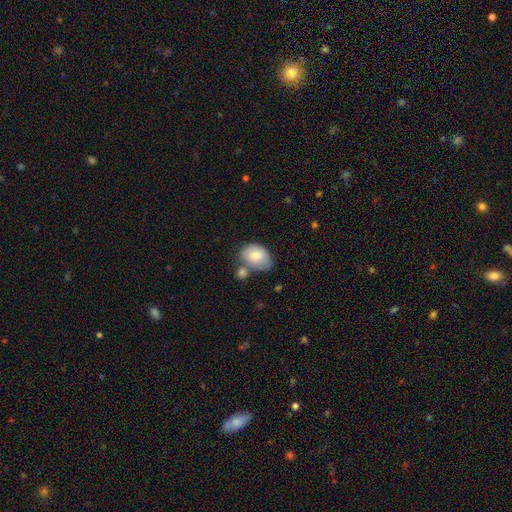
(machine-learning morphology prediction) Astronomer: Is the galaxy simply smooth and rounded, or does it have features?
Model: smooth — 74%.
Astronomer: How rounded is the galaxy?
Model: in between — 78%.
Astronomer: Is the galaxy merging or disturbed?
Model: none — 44% (runner-up: minor disturbance, 24%).